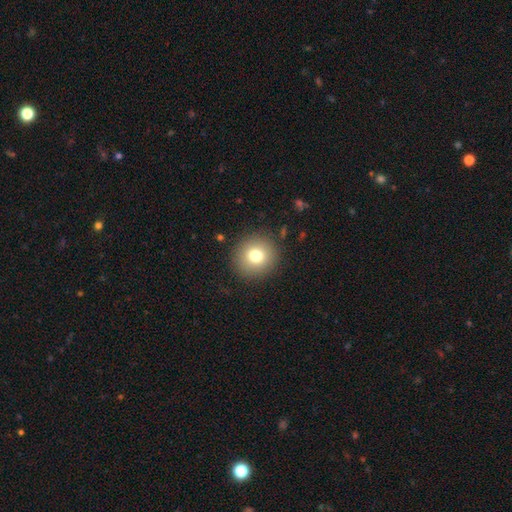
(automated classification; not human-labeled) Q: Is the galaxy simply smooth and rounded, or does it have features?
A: smooth — 77%.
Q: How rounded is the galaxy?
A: round — 93%.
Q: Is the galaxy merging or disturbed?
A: none — 90%.